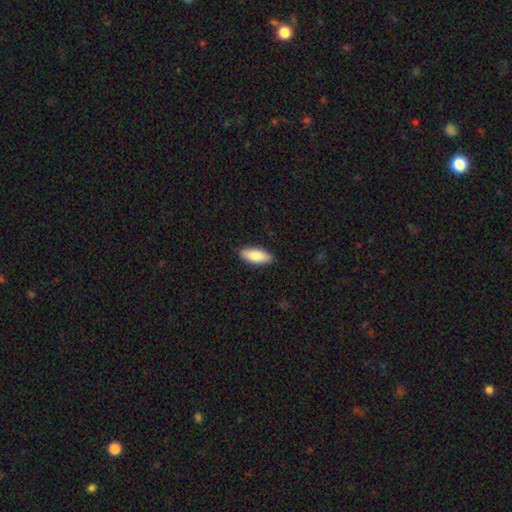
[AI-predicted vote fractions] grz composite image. It shows a smooth galaxy with no disk features (84%) that is in between round and cigar-shaped (77%). Merging: none (89%).